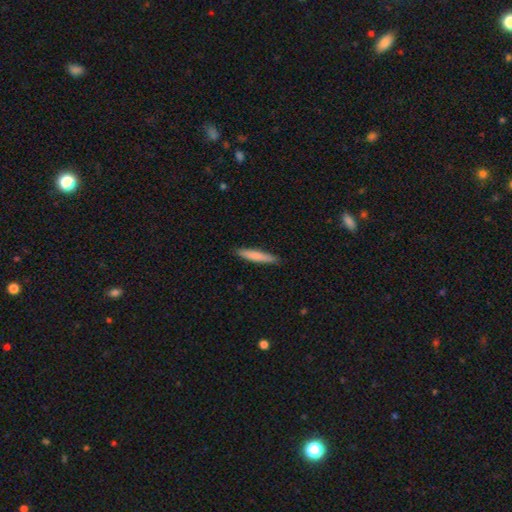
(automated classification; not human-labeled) A smooth galaxy with no disk features (78%) that is cigar-shaped (92%).

Vote fractions:
- Smooth or featured? smooth: 78% / featured or disk: 17% / star or artifact: 5%
- How rounded? cigar-shaped: 92% / in between: 6% / round: 1%
- Merging? none: 89% / minor disturbance: 8% / major disturbance: 2% / merger: 1%